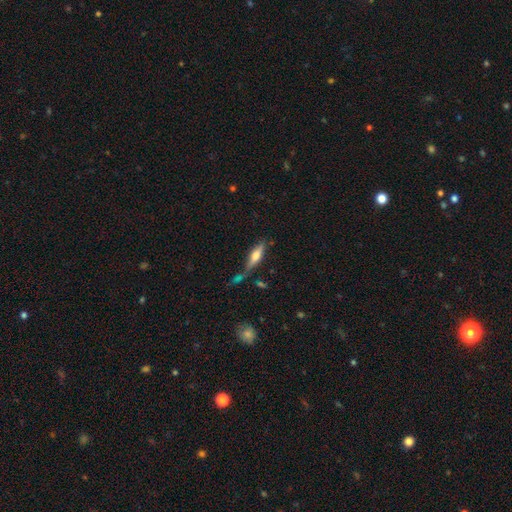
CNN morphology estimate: The model was most divided on "smooth or featured": featured or disk: 47%, smooth: 46%, star or artifact: 7%. More confident: merging — none (57%).